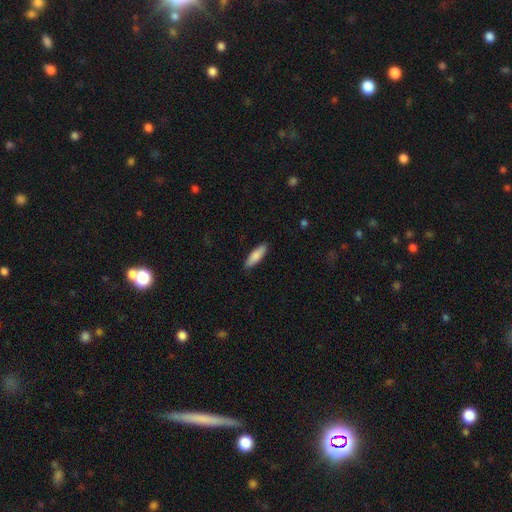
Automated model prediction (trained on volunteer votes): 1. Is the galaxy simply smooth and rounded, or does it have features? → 84% smooth, 11% featured or disk, 5% star or artifact.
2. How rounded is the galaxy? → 59% cigar-shaped, 39% in between, 2% round.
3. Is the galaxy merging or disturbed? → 89% none, 8% minor disturbance, 2% major disturbance, 1% merger.